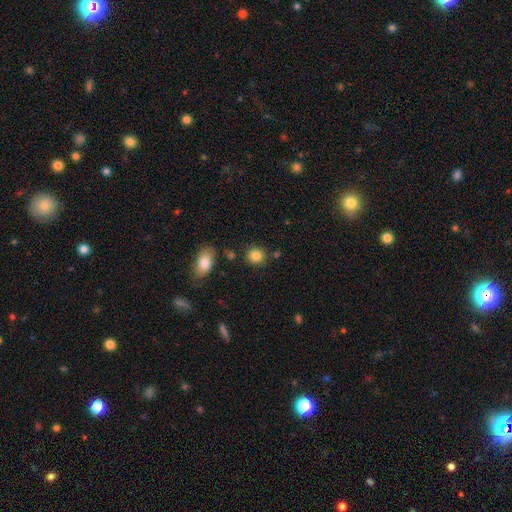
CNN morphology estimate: smooth_or_featured: smooth (p=0.85) [alt: star or artifact p=0.09]
how_rounded: round (p=0.80) [alt: in between p=0.19]
merging: none (p=0.81) [alt: minor disturbance p=0.10]